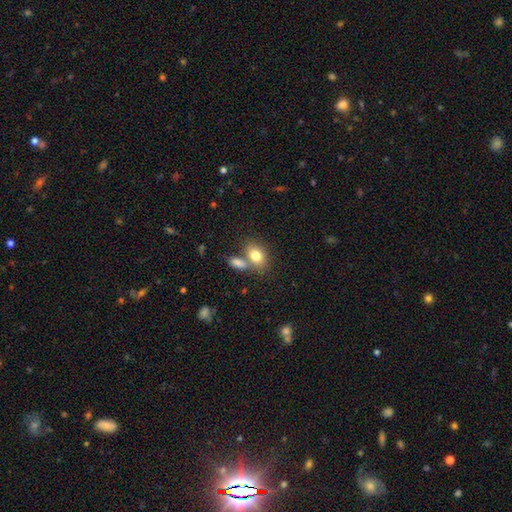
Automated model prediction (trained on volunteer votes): smooth-or-featured: smooth: 80% | featured or disk: 11% | star or artifact: 8%
  how-rounded: in between: 79% | round: 19% | cigar-shaped: 2%
  merging: none: 48% | merger: 37% | minor disturbance: 11% | major disturbance: 4%